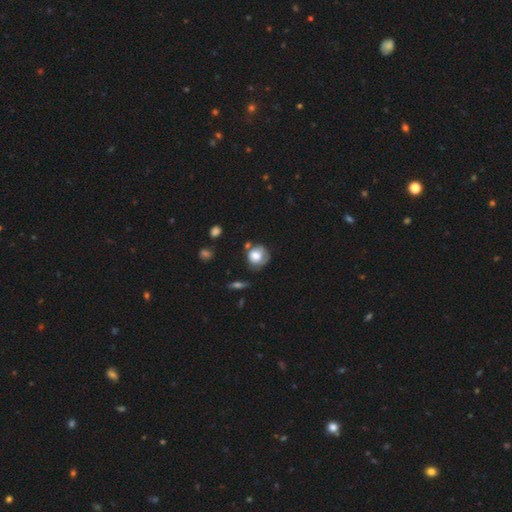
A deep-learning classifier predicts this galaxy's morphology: Smooth or featured?
  - smooth: 68% *
  - featured or disk: 24%
  - star or artifact: 9%
How rounded?
  - round: 82% *
  - in between: 17%
  - cigar-shaped: 1%
Merging?
  - none: 50% *
  - minor disturbance: 30%
  - major disturbance: 13%
  - merger: 8%